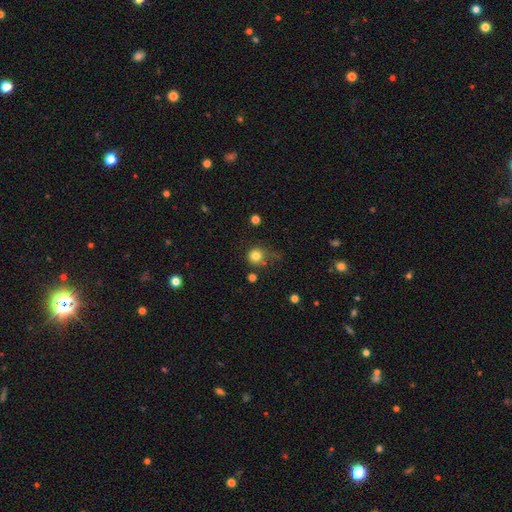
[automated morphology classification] Smooth or featured? smooth (79%)
How rounded? round (85%)
Merging? none (49%)